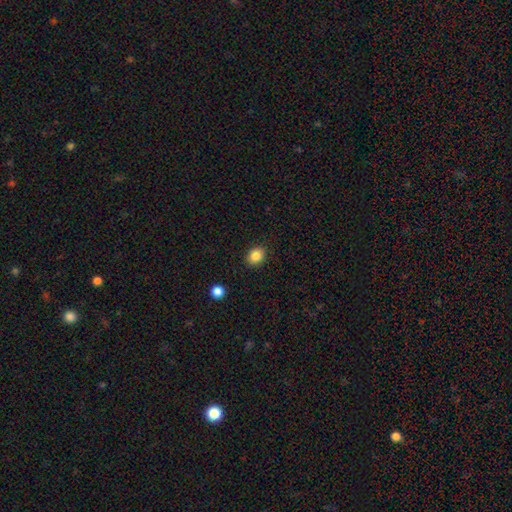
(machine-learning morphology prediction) Smooth or featured: smooth — 85% (star or artifact — 10%)
How rounded: round — 50% (in between — 49%)
Merging: none — 89% (minor disturbance — 8%)